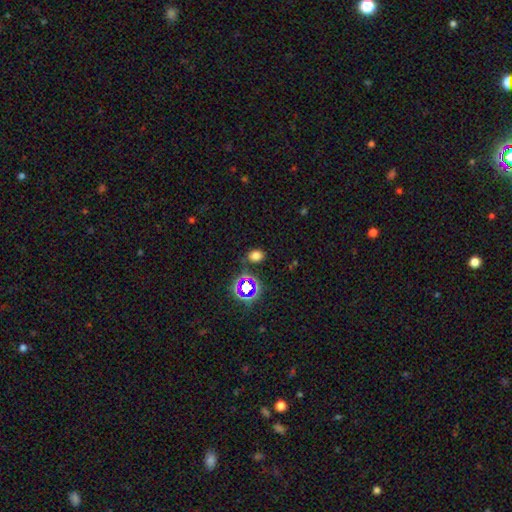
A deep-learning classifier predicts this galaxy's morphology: This is likely a smooth galaxy (69%). How rounded: likely in between (65%). Merging: likely none (80%).